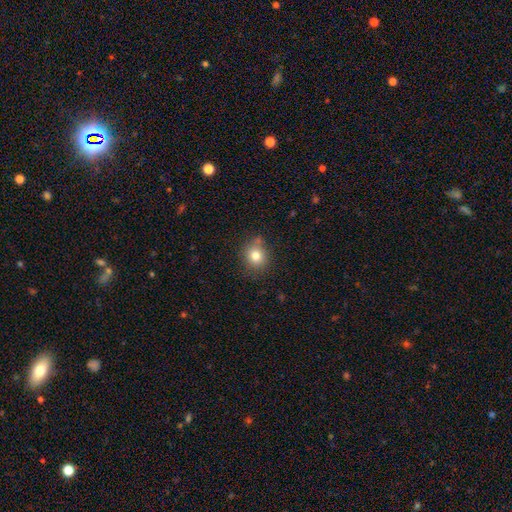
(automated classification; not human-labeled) smooth 79%, star or artifact 12%, featured or disk 9%. Down the decision tree: how rounded — round (76%); merging — none (77%).